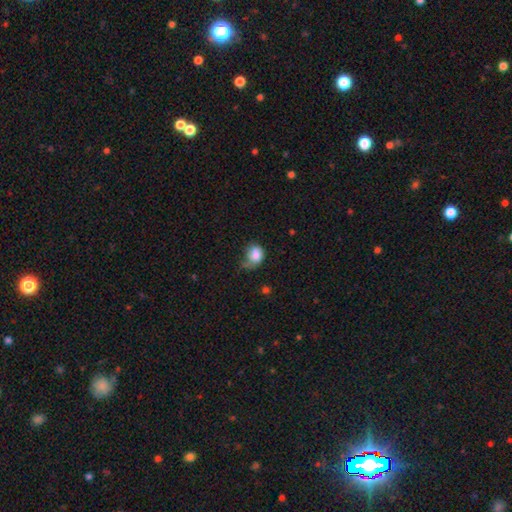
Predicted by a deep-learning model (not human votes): A smooth galaxy with no disk features (75%) that is in between round and cigar-shaped (57%). Merging: minor disturbance (34%).